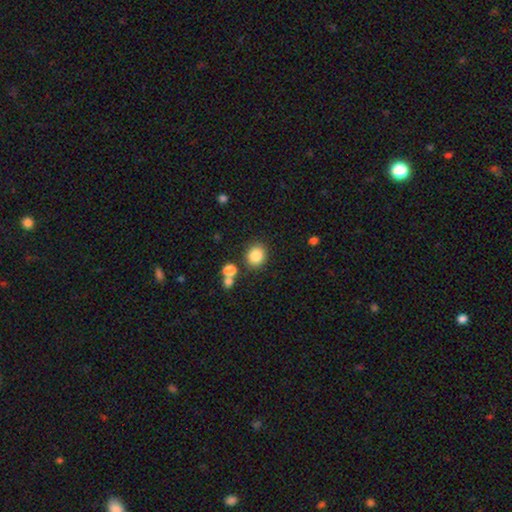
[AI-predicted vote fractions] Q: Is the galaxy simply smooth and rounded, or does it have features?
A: smooth — 85%.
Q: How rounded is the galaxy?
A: round — 74%.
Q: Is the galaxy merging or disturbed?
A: none — 79%.